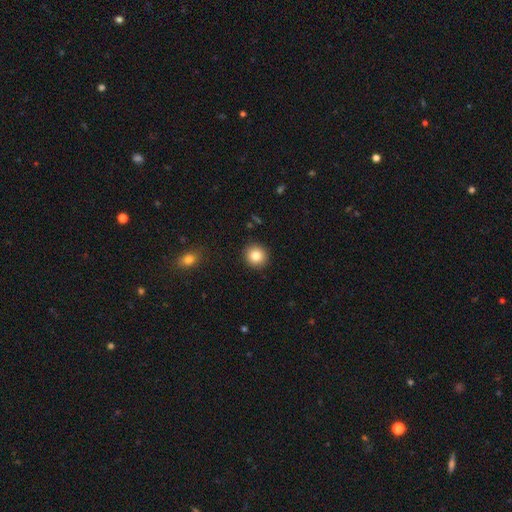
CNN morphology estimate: Smooth or featured? smooth (82%)
How rounded? round (93%)
Merging? none (92%)